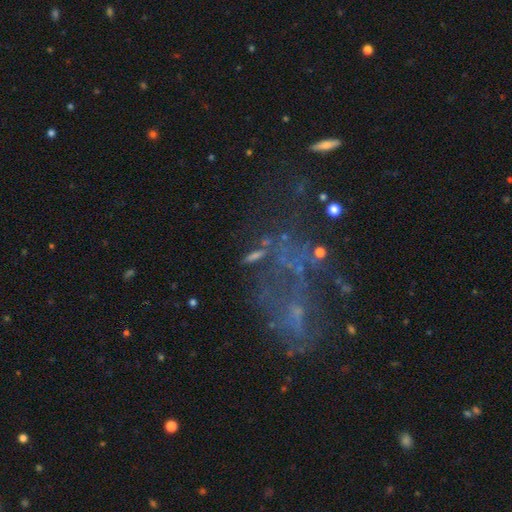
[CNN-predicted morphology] Smooth or featured? Predicted: featured or disk (p=0.41). Merging? Predicted: none (p=0.41).